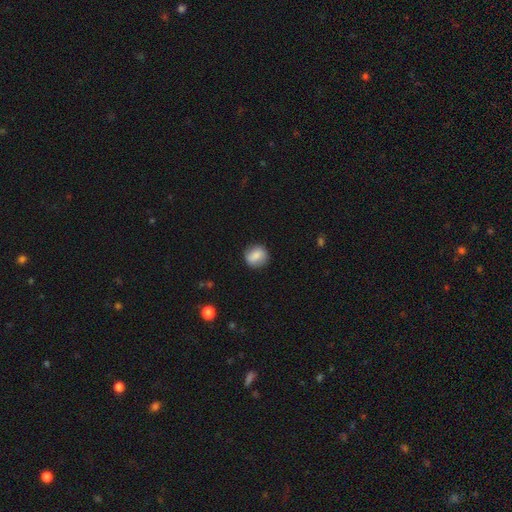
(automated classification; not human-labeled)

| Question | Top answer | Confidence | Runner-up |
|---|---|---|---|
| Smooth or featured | smooth | 81% | featured or disk (11%) |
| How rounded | round | 79% | in between (19%) |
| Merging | none | 83% | minor disturbance (12%) |